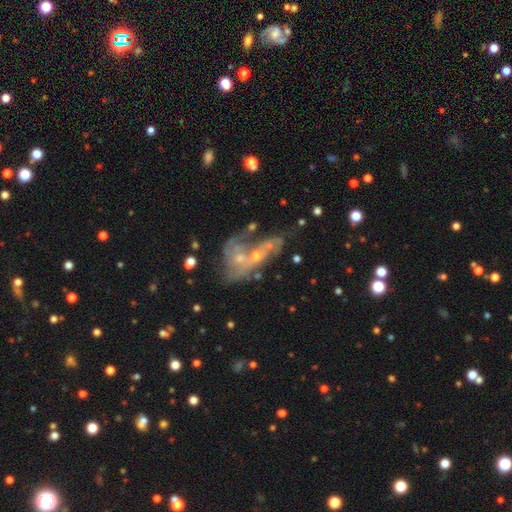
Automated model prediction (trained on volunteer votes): Morphology: type=featured or disk (57%); edge-on=no (89%); bar=no (75%); spiral arms=yes (57%); bulge=small (66%); merging=merger (44%).